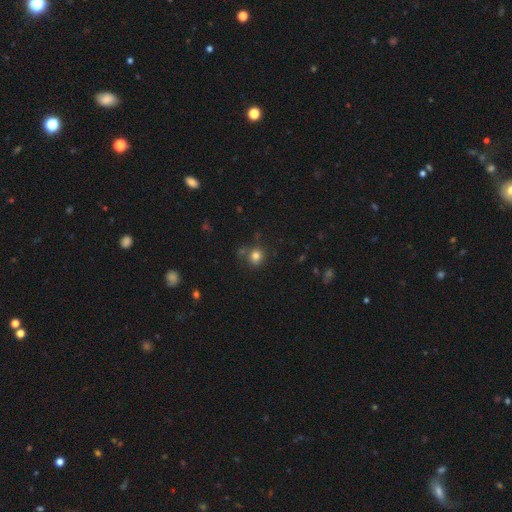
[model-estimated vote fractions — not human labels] Smooth or featured?
  - smooth: 80% *
  - star or artifact: 13%
  - featured or disk: 7%
How rounded?
  - round: 82% *
  - in between: 17%
  - cigar-shaped: 1%
Merging?
  - none: 69% *
  - minor disturbance: 16%
  - merger: 9%
  - major disturbance: 5%